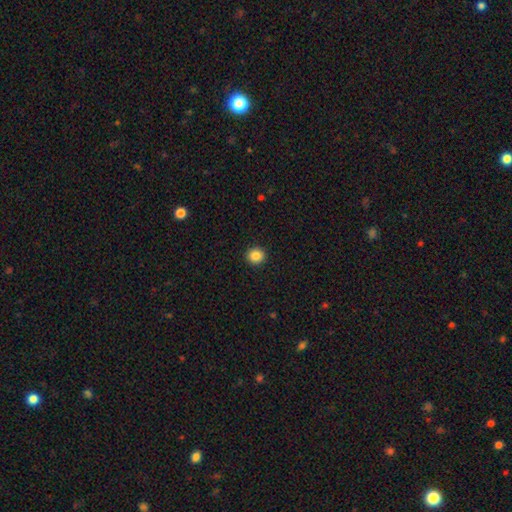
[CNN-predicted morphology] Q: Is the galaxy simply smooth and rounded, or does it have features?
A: smooth — 86%.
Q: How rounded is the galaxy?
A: round — 88%.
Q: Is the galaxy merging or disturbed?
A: none — 93%.